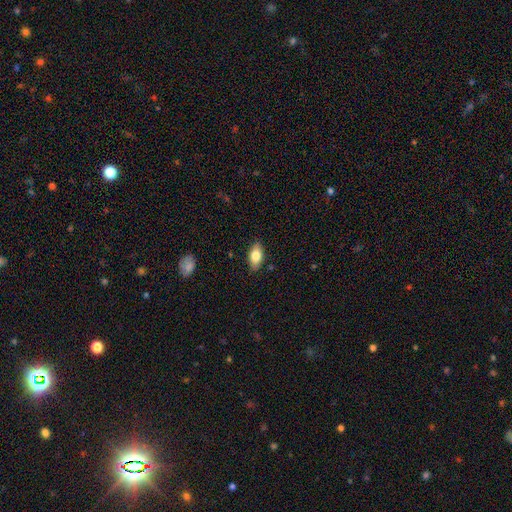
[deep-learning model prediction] This appears to be a smooth galaxy with no disk features (78%) that is in between round and cigar-shaped (90%). Merging: none (87%).